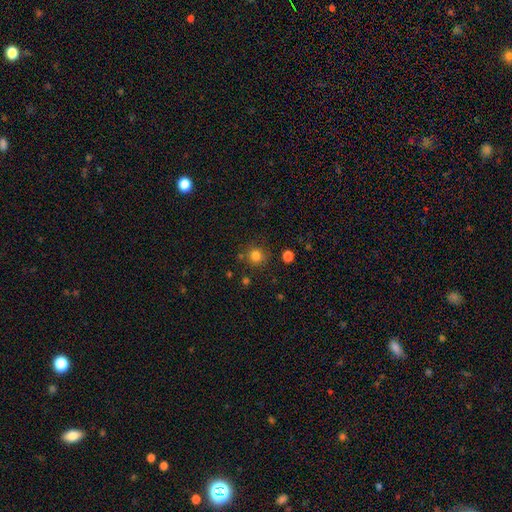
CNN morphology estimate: Smooth or featured: smooth — 81% (star or artifact — 14%)
How rounded: round — 92% (in between — 7%)
Merging: none — 83% (minor disturbance — 9%)